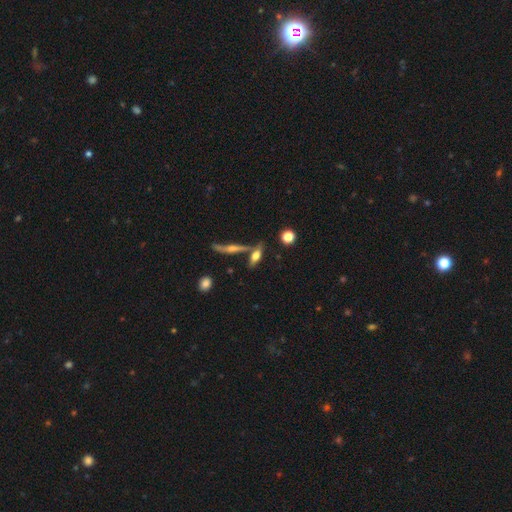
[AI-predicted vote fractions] Smooth or featured? smooth (51%)
How rounded? in between (52%)
Merging? none (61%)